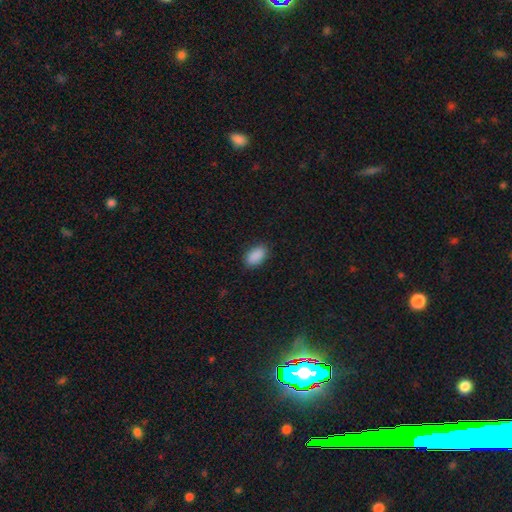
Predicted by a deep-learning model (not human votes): Smooth or featured: smooth — 90% (star or artifact — 8%)
How rounded: in between — 93% (round — 5%)
Merging: none — 87% (minor disturbance — 9%)